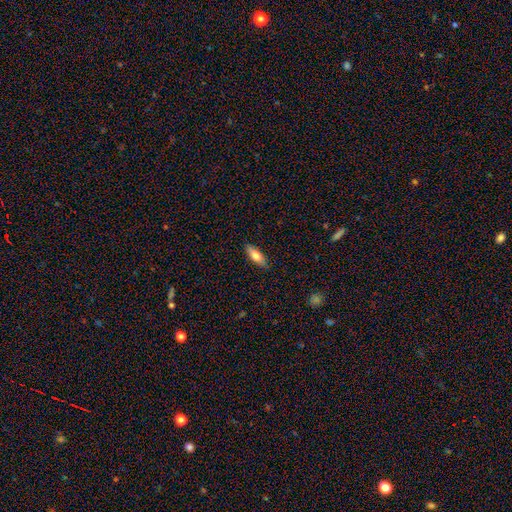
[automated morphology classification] smooth_or_featured: smooth (p=0.73) [alt: featured or disk p=0.21]
how_rounded: in between (p=0.59) [alt: cigar-shaped p=0.38]
merging: none (p=0.87) [alt: minor disturbance p=0.10]